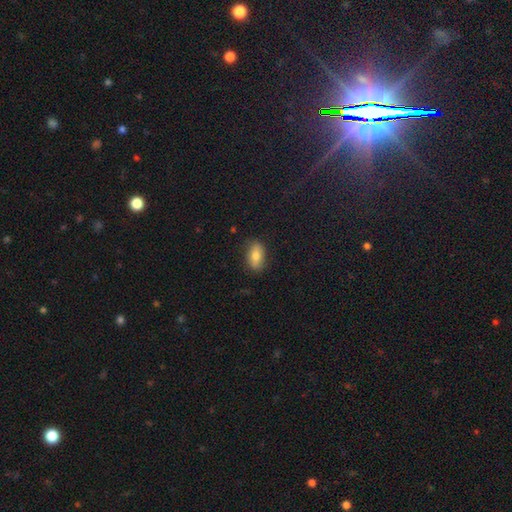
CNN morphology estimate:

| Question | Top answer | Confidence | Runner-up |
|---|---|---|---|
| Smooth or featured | smooth | 76% | featured or disk (15%) |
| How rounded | in between | 88% | round (7%) |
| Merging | none | 83% | minor disturbance (13%) |